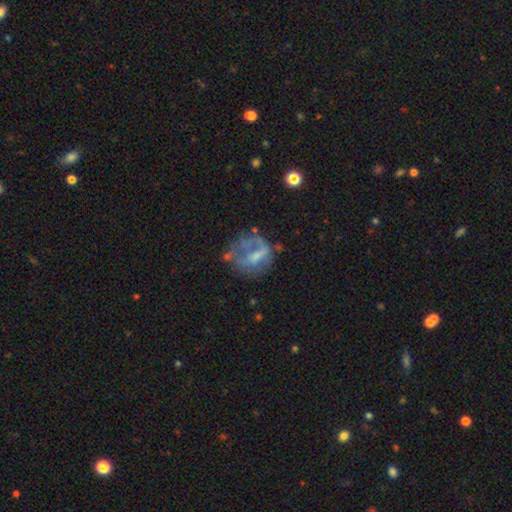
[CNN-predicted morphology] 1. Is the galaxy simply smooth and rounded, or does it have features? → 55% featured or disk, 32% smooth, 13% star or artifact.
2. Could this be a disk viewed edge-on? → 95% no, 5% yes.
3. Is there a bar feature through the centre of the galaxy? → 48% no, 35% weak, 17% strong.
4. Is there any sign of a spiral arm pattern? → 74% no, 26% yes.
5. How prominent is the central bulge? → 36% small, 31% moderate, 29% none, 3% large, 1% dominant.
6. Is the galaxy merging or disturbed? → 43% none, 29% major disturbance, 22% minor disturbance, 6% merger.